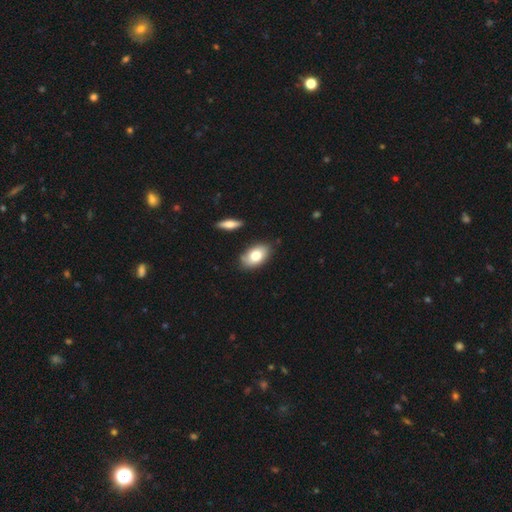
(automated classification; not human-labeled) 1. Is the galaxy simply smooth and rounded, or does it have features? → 76% smooth, 17% featured or disk, 7% star or artifact.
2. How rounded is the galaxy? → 91% in between, 7% round, 2% cigar-shaped.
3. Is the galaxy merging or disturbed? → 81% none, 12% minor disturbance, 4% merger, 2% major disturbance.